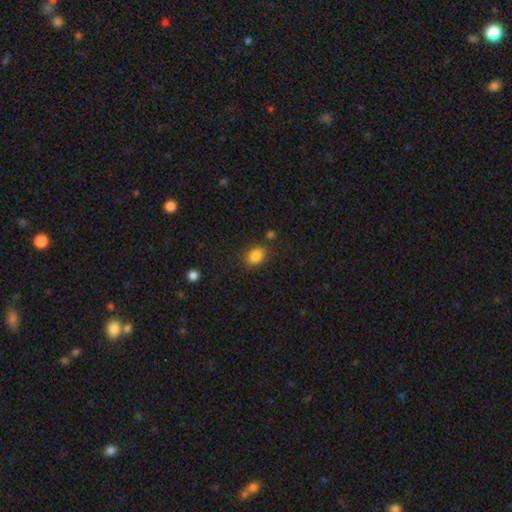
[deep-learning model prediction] A smooth galaxy with no disk features (85%) that is in between round and cigar-shaped (60%). Merging: none (80%).